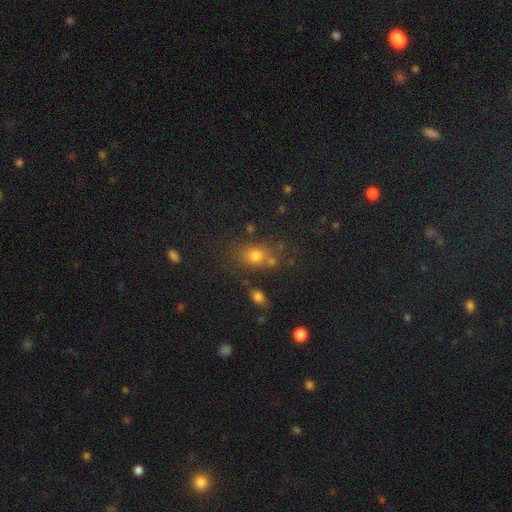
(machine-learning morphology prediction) Smooth or featured?
  - smooth: 71% *
  - star or artifact: 18%
  - featured or disk: 11%
How rounded?
  - in between: 49% *
  - round: 48%
  - cigar-shaped: 2%
Merging?
  - none: 63% *
  - merger: 16%
  - minor disturbance: 15%
  - major disturbance: 6%